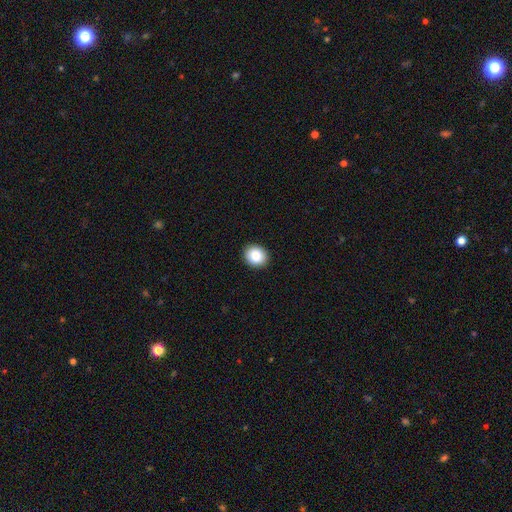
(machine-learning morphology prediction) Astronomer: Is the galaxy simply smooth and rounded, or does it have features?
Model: smooth — 86%.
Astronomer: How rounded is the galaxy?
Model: round — 71%.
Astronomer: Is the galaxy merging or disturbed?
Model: none — 92%.